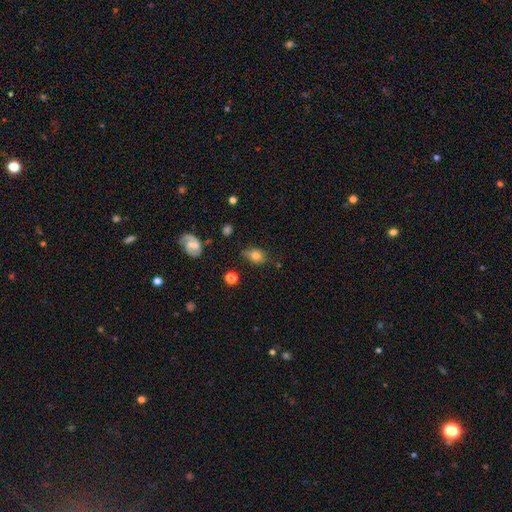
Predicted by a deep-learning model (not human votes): smooth-or-featured: smooth: 76% | featured or disk: 13% | star or artifact: 10%
  how-rounded: in between: 67% | round: 31% | cigar-shaped: 2%
  merging: none: 60% | minor disturbance: 30% | major disturbance: 8% | merger: 3%